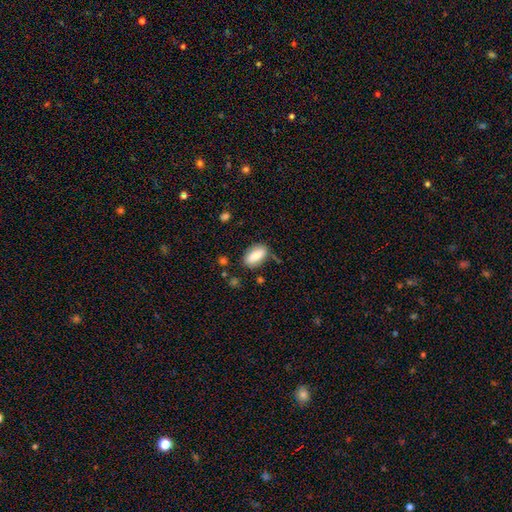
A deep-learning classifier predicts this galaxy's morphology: A smooth galaxy with no disk features (82%) that is in between round and cigar-shaped (89%).

Vote fractions:
- Smooth or featured? smooth: 82% / featured or disk: 11% / star or artifact: 7%
- How rounded? in between: 89% / cigar-shaped: 7% / round: 4%
- Merging? none: 76% / minor disturbance: 17% / major disturbance: 4% / merger: 3%